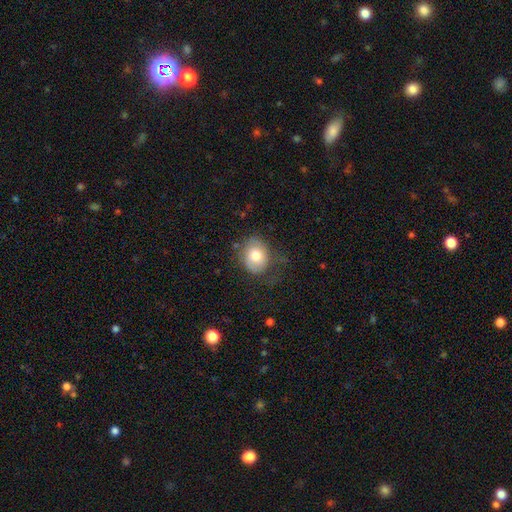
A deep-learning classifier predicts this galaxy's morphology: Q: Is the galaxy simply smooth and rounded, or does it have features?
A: smooth — 72%.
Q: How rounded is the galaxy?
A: round — 50%.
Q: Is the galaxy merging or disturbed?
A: none — 63%.